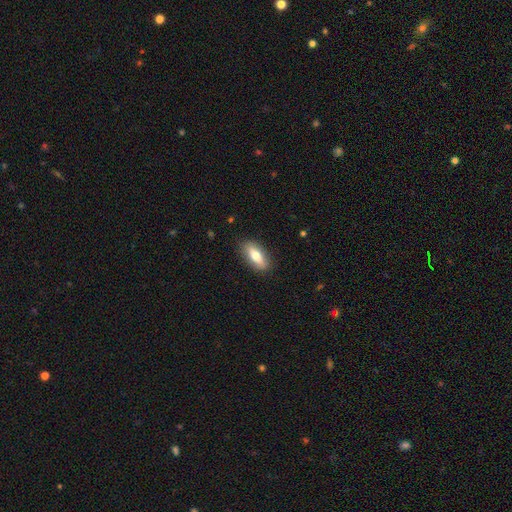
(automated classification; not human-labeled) This appears to be a smooth galaxy with no disk features (68%) that is in between round and cigar-shaped (78%). Merging: none (86%).